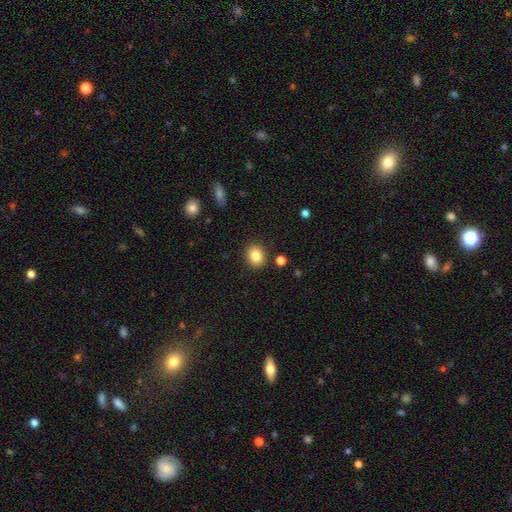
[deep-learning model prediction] A smooth galaxy with no disk features (85%) that is round (59%). Merging: none (87%).